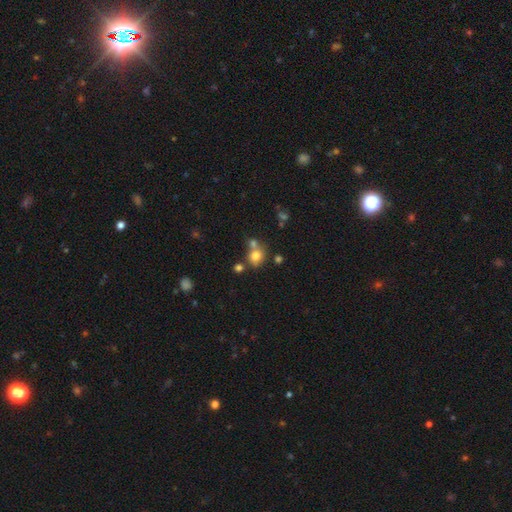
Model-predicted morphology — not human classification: smooth 76%, star or artifact 13%, featured or disk 11%. Down the decision tree: how rounded — round (73%); merging — none (51%).